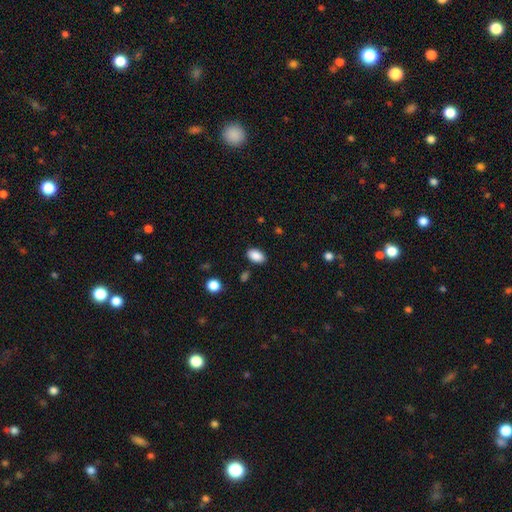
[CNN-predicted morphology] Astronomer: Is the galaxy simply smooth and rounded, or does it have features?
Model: smooth — 88%.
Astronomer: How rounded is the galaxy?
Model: in between — 92%.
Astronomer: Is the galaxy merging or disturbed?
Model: none — 86%.